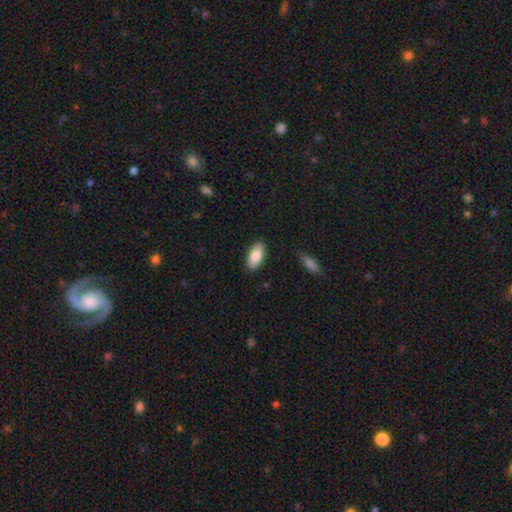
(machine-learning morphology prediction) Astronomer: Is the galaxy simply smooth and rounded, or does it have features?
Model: smooth — 81%.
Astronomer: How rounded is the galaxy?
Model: in between — 90%.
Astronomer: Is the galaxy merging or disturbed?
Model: none — 88%.